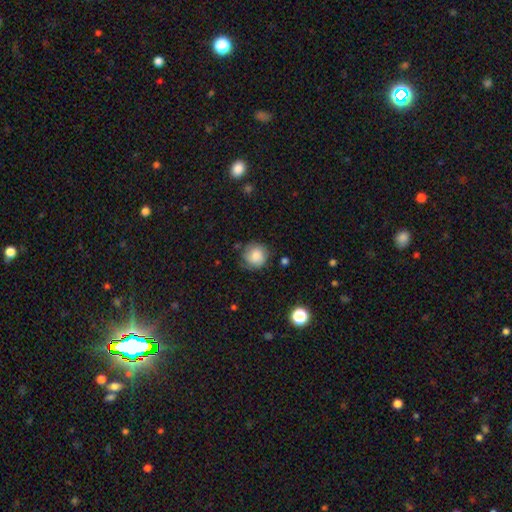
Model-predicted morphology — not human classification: smooth-or-featured: smooth: 77% | featured or disk: 14% | star or artifact: 9%
  how-rounded: round: 91% | in between: 8% | cigar-shaped: 1%
  merging: none: 73% | minor disturbance: 20% | major disturbance: 5% | merger: 2%